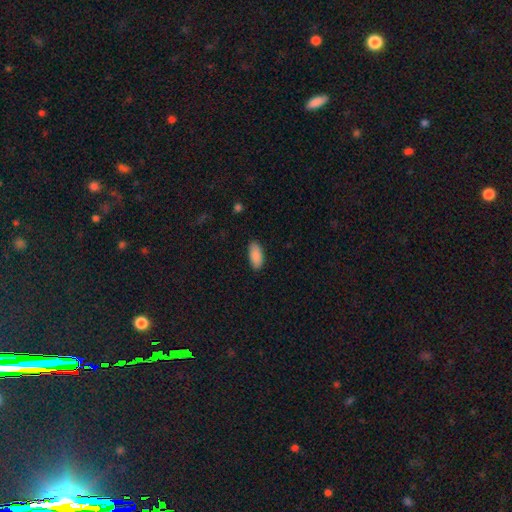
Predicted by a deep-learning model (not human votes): This is clearly a smooth galaxy (89%). How rounded: clearly in between (88%). Merging: clearly none (87%).